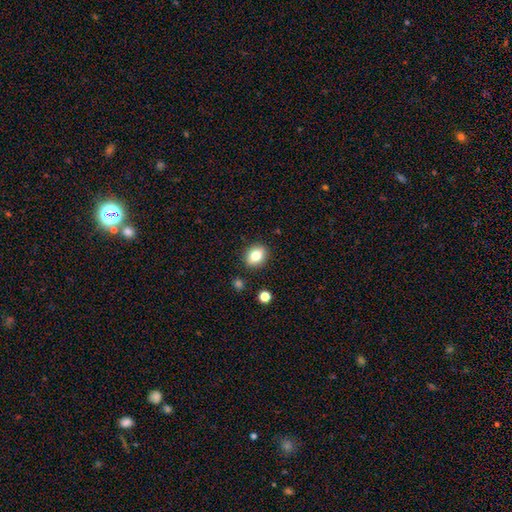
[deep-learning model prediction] smooth_or_featured: smooth (p=0.79) [alt: featured or disk p=0.11]
how_rounded: round (p=0.50) [alt: in between p=0.49]
merging: none (p=0.87) [alt: minor disturbance p=0.08]